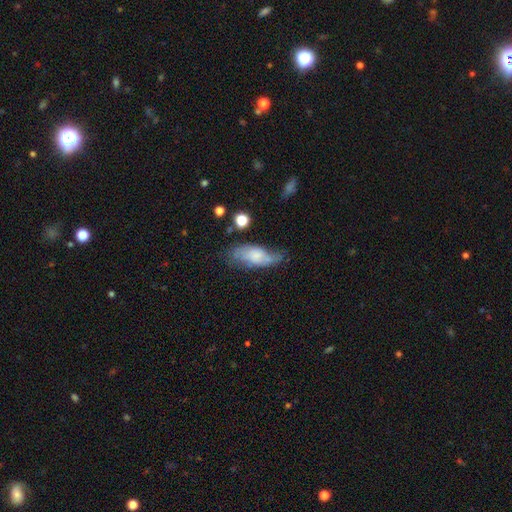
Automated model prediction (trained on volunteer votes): smooth-or-featured: smooth: 53% | featured or disk: 39% | star or artifact: 8%
  how-rounded: in between: 81% | cigar-shaped: 15% | round: 3%
  merging: none: 45% | minor disturbance: 32% | major disturbance: 17% | merger: 6%